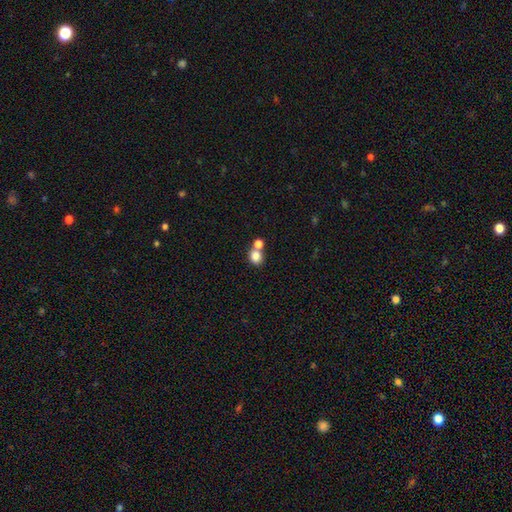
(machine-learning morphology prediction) This is clearly a smooth galaxy (82%). How rounded: likely round (68%). Merging: possibly none (47%).